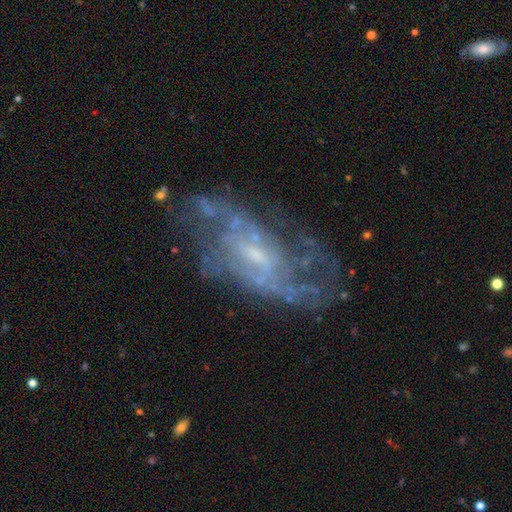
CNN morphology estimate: This is likely a featured or disk galaxy (80%). It is clearly not viewed edge-on (93%). Bar: possibly weak (48%). Spiral arm pattern: likely yes (72%). Spiral arm count: possibly can't tell (54%). Spiral winding: marginally medium (41%). Central bulge: likely small (61%). Merging: possibly none (57%).